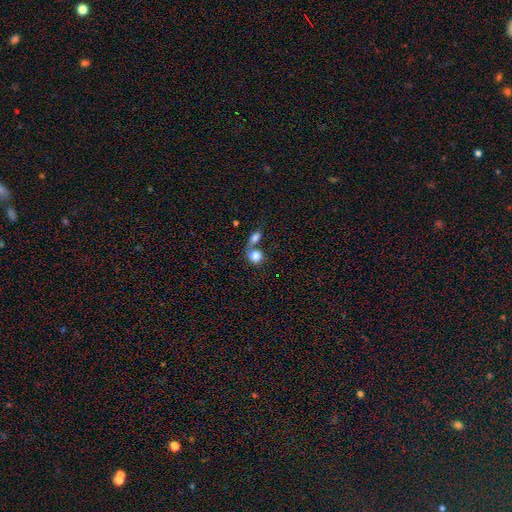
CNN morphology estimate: This appears to be a smooth galaxy with no disk features (81%) that is round (74%). Merging: merger (51%).